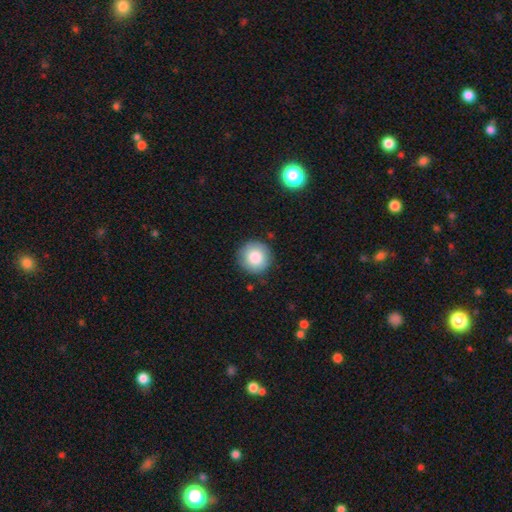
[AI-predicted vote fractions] This is clearly a smooth galaxy (83%). How rounded: clearly round (95%). Merging: clearly none (88%).